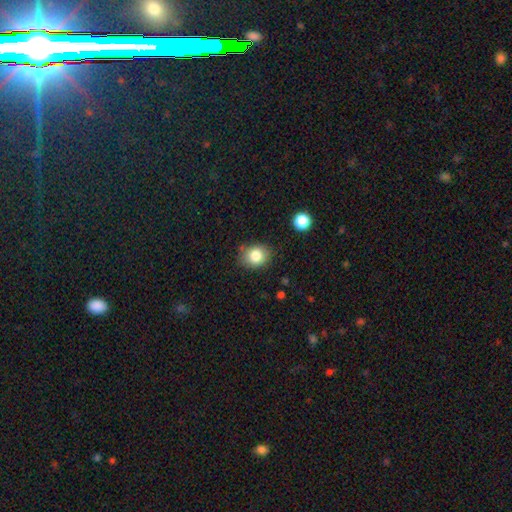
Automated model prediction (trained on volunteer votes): A smooth galaxy with no disk features (82%) that is round (58%). Merging: none (82%).